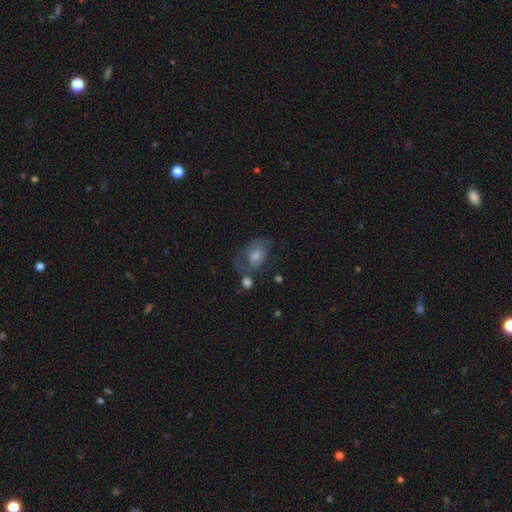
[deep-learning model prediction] Smooth or featured?
  - featured or disk: 47% *
  - smooth: 38%
  - star or artifact: 15%
Merging?
  - none: 47% *
  - minor disturbance: 22%
  - major disturbance: 20%
  - merger: 12%